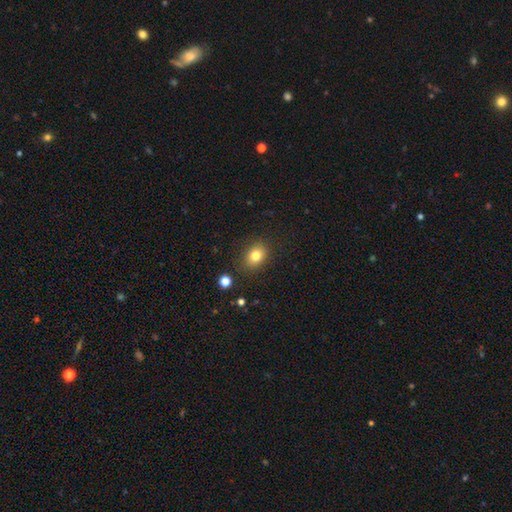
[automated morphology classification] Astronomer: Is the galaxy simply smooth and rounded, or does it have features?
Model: smooth — 80%.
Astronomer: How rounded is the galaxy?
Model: in between — 60% (runner-up: round, 39%).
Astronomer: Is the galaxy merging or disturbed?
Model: none — 85%.